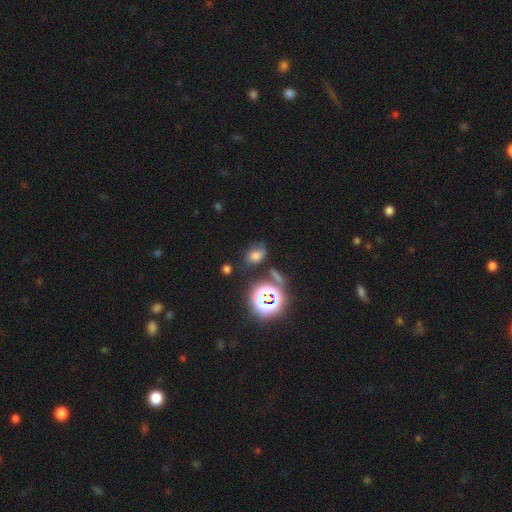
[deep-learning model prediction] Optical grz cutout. It shows a smooth galaxy with no disk features (58%) that is in between round and cigar-shaped (76%). Merging: none (62%).